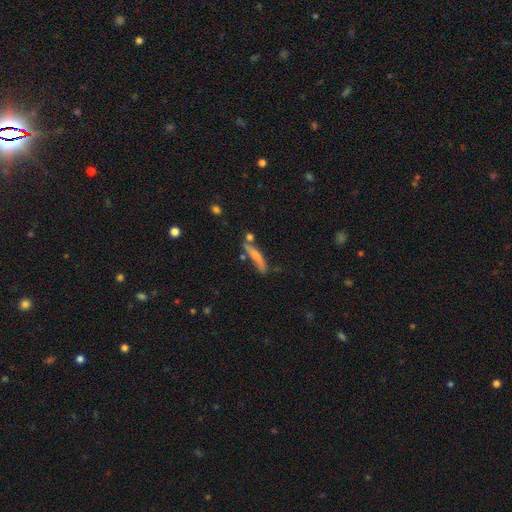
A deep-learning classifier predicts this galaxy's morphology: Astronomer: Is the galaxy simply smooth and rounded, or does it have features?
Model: smooth — 62%.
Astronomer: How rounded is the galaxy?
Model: cigar-shaped — 88%.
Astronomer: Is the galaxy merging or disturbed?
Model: none — 58%.